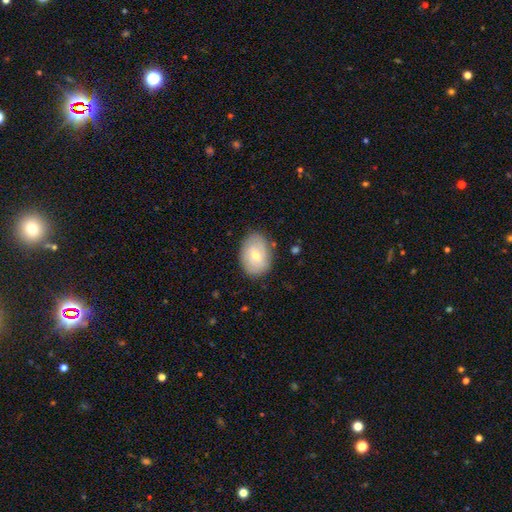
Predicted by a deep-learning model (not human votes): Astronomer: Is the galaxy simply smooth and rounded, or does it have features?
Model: smooth — 56% (runner-up: featured or disk, 37%).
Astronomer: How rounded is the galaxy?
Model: in between — 77%.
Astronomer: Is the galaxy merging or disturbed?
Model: none — 81%.